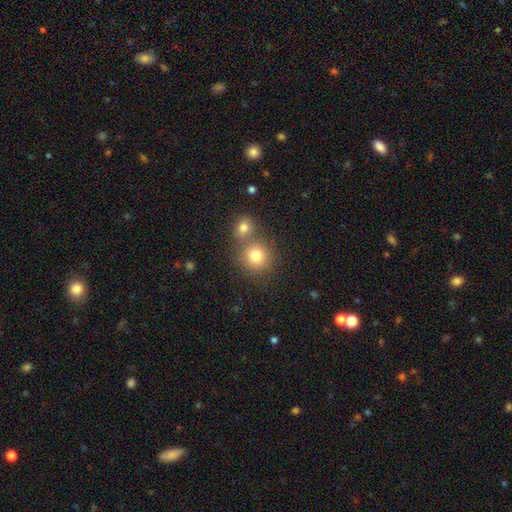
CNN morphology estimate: Smooth or featured: smooth — 79% (star or artifact — 12%)
How rounded: round — 87% (in between — 12%)
Merging: none — 54% (merger — 36%)